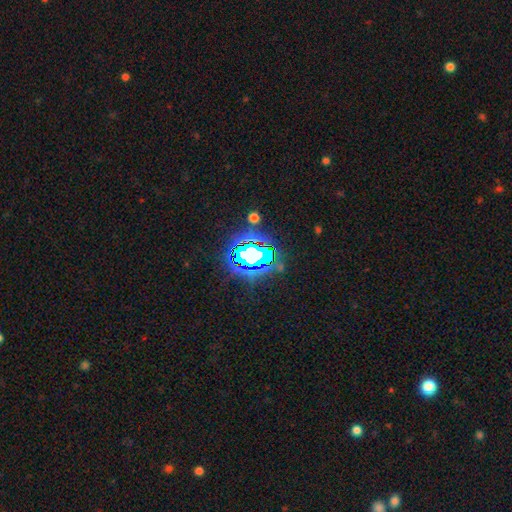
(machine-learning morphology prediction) smooth-or-featured: star or artifact: 68% | smooth: 16% | featured or disk: 16%